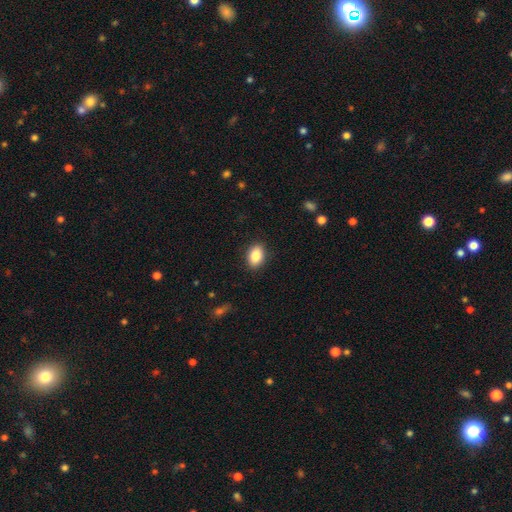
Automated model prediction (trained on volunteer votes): This appears to be a smooth galaxy with no disk features (87%) that is in between round and cigar-shaped (84%). Merging: none (88%).